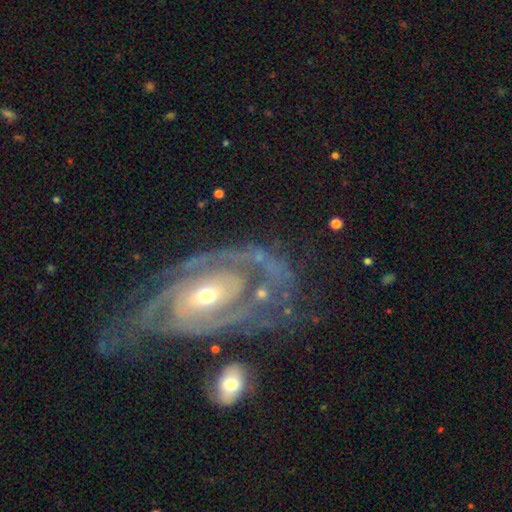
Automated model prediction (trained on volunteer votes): Overall: featured or disk (80%). Edge-on disk: no (96%). Bar: no (59%; weak 25%). Spiral arms: yes (85%). Spiral arm count: 2 (45%; can't tell 24%). Spiral winding: tight (63%; medium 27%). Bulge size: moderate (53%; small 39%). Merging: none (61%).